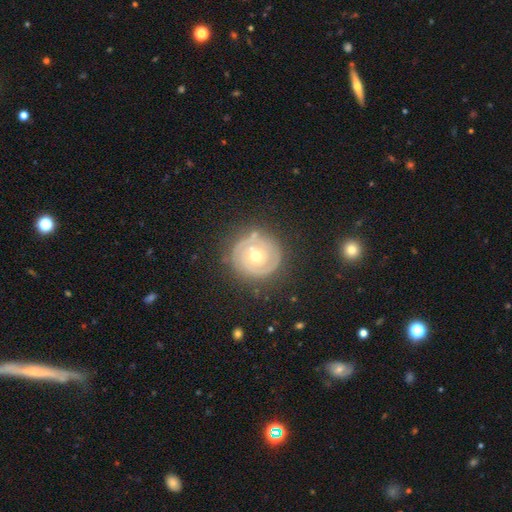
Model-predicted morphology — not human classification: The model was most divided on "bulge size": moderate: 60%, small: 36%, large: 2%, dominant: 1%, none: 1%. More confident: edge-on disk — no (97%); spiral arms — yes (83%); bar — no (81%); merging — none (79%); spiral winding — tight (79%); smooth or featured — featured or disk (78%); spiral arm count — 2 (55%).